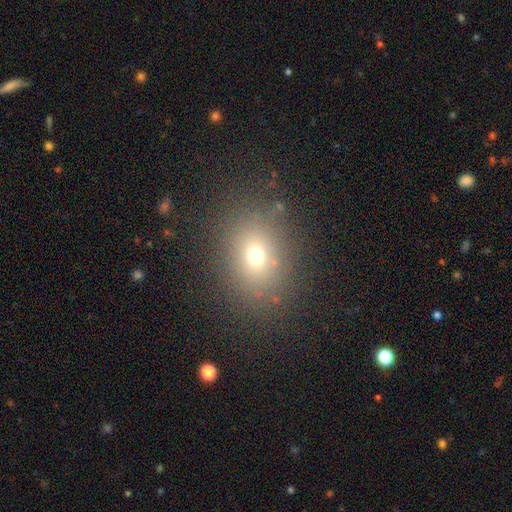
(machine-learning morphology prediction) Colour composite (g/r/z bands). It shows a smooth galaxy with no disk features (67%) that is round (52%). Merging: none (82%).